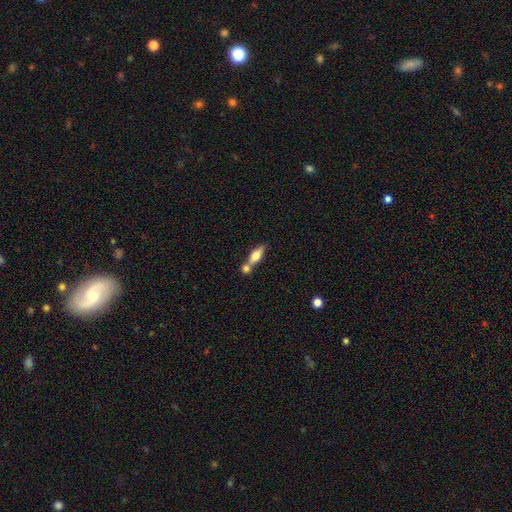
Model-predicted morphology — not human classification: This is likely a smooth galaxy (65%). How rounded: likely in between (68%). Merging: possibly merger (50%).